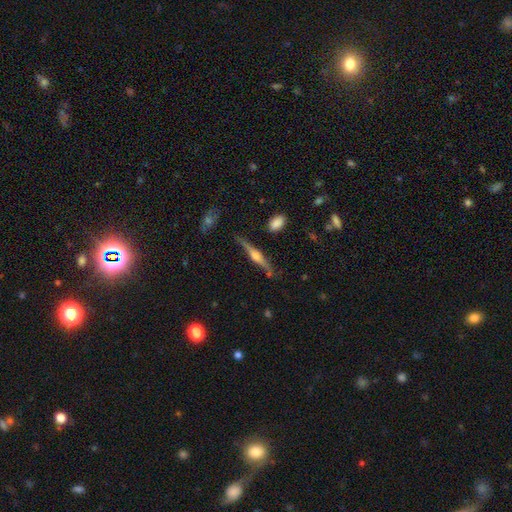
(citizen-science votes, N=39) Smooth or featured?
  - featured or disk: 79% *
  - smooth: 10%
  - star or artifact: 10%
Edge-on disk?
  - yes: 100% *
  - no: 0%
Edge-on bulge?
  - rounded: 97% *
  - boxy: 3%
  - none: 0%
Merging?
  - none: 83% *
  - minor disturbance: 11%
  - major disturbance: 3%
  - merger: 3%